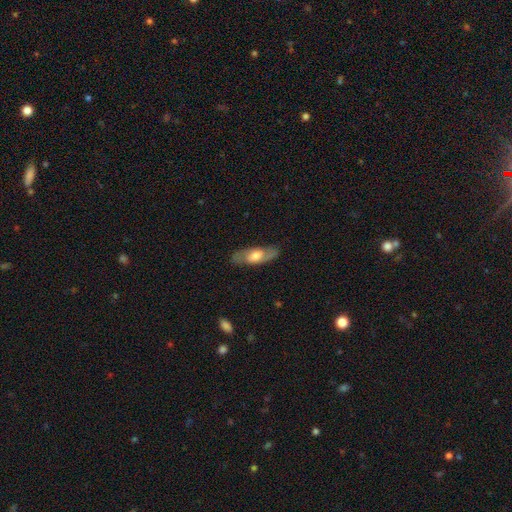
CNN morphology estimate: type=featured or disk (54%); edge-on=no (69%); merging=none (82%).